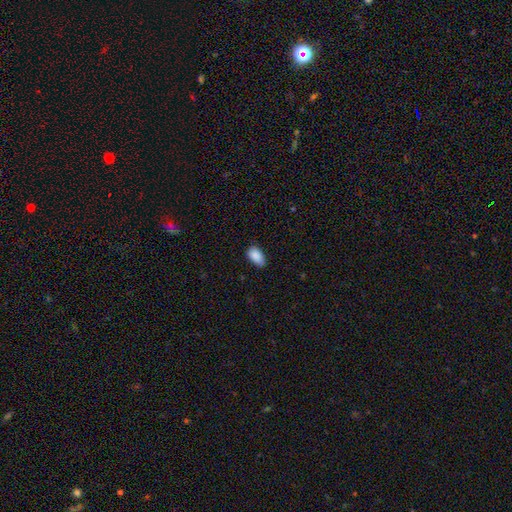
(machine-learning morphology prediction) This appears to be a smooth galaxy with no disk features (89%) that is in between round and cigar-shaped (93%). Merging: none (71%).